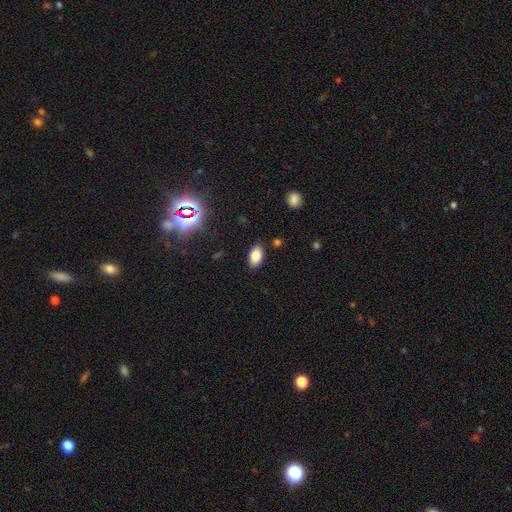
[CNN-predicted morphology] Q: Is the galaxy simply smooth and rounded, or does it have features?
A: smooth — 82%.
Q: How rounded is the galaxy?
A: in between — 91%.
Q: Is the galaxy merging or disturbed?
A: none — 86%.